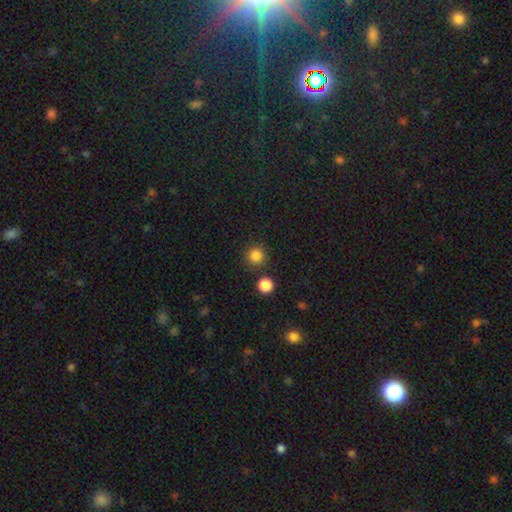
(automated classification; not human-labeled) Morphology: type=smooth (84%); roundness=round (94%); merging=none (85%).